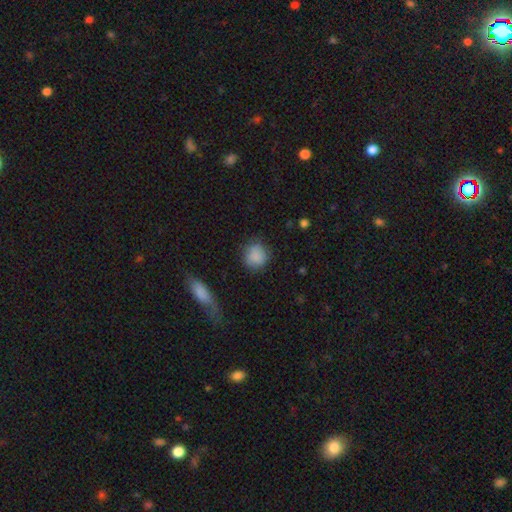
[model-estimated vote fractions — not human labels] Smooth or featured?
  - smooth: 85% *
  - star or artifact: 8%
  - featured or disk: 7%
How rounded?
  - round: 82% *
  - in between: 16%
  - cigar-shaped: 1%
Merging?
  - none: 73% *
  - minor disturbance: 19%
  - major disturbance: 6%
  - merger: 3%